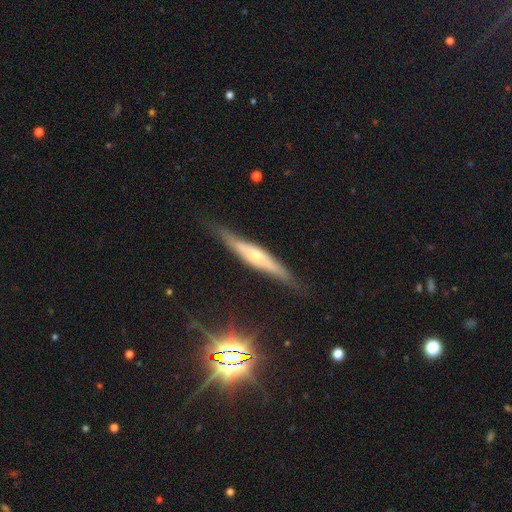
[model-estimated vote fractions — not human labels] Smooth or featured: featured or disk — 67% (smooth — 24%)
Edge-on disk: yes — 89% (no — 11%)
Edge-on bulge: rounded — 76% (none — 13%)
Merging: none — 80% (minor disturbance — 14%)